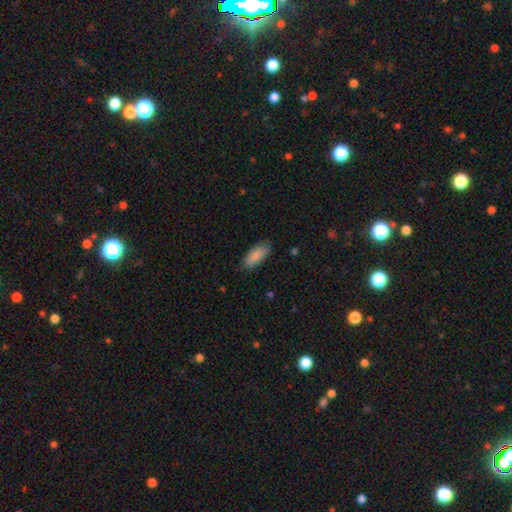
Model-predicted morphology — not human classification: This appears to be a smooth galaxy with no disk features (89%) that is in between round and cigar-shaped (82%). Merging: none (84%).